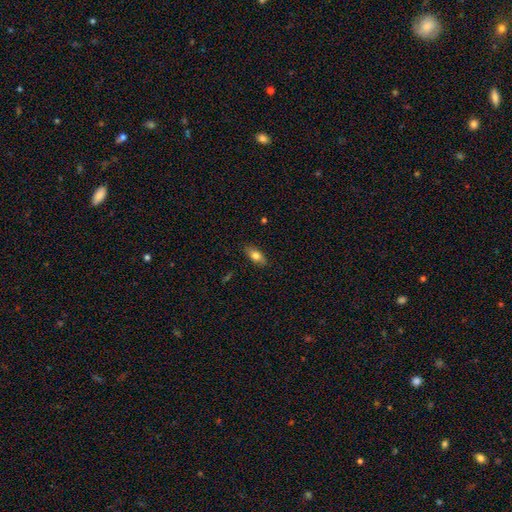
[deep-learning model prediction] Smooth or featured? smooth (76%)
How rounded? in between (84%)
Merging? none (85%)